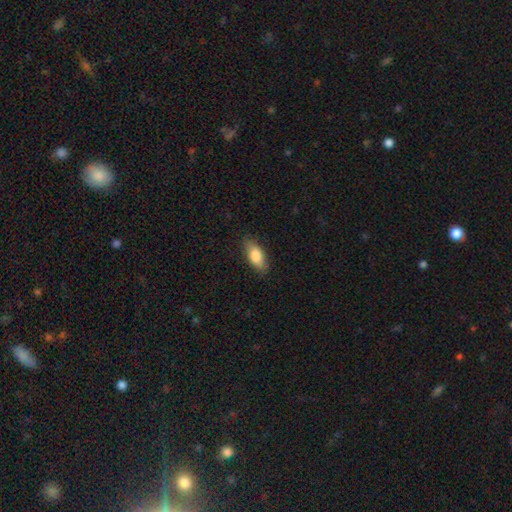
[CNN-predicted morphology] type=smooth (80%); roundness=in between (82%); merging=none (84%).